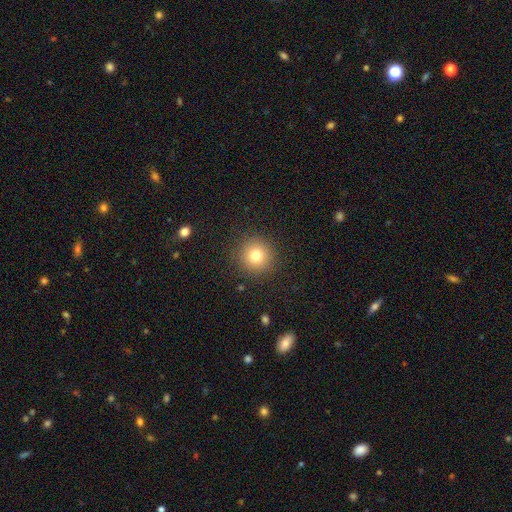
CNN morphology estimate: smooth-or-featured: smooth: 78% | star or artifact: 13% | featured or disk: 9%
  how-rounded: round: 94% | in between: 5% | cigar-shaped: 1%
  merging: none: 90% | minor disturbance: 6% | major disturbance: 3% | merger: 1%